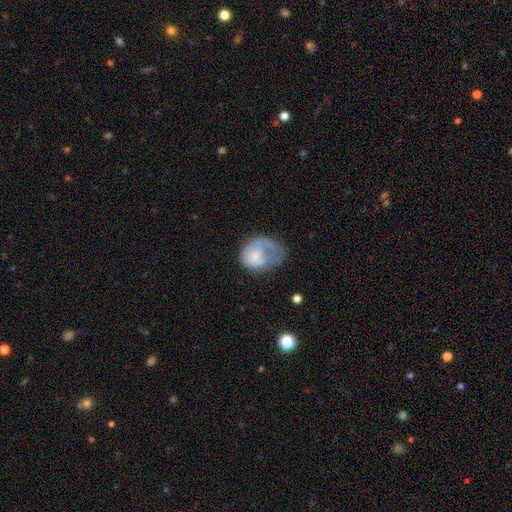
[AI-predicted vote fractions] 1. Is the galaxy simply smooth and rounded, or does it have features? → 57% smooth, 35% featured or disk, 8% star or artifact.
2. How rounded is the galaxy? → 55% in between, 44% round, 1% cigar-shaped.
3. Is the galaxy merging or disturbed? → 47% major disturbance, 27% minor disturbance, 23% none, 3% merger.